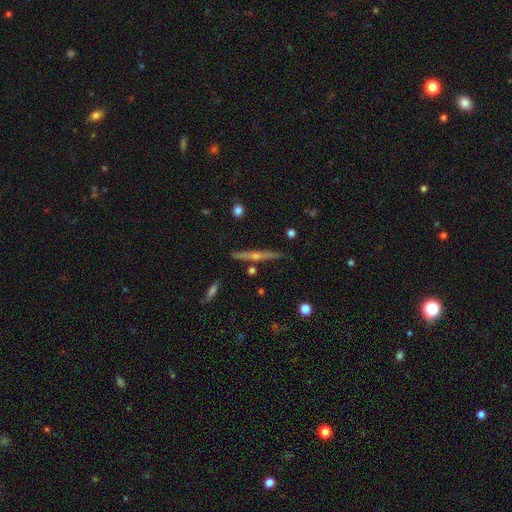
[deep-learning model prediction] A featured or disk galaxy (69%) viewed edge-on (97%) with a rounded central bulge (79%).

Vote fractions:
- Smooth or featured? featured or disk: 69% / smooth: 23% / star or artifact: 7%
- Edge-on disk? yes: 97% / no: 3%
- Edge-on bulge? rounded: 79% / none: 17% / boxy: 4%
- Merging? none: 87% / minor disturbance: 9% / merger: 3% / major disturbance: 2%